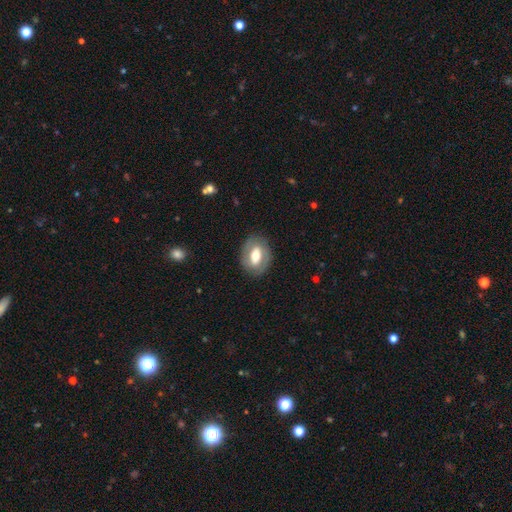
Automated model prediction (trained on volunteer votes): A featured or disk galaxy (55%) with a weak bar (34%), no spiral arms (57%) and a moderate central bulge (64%). Merging: none (83%).